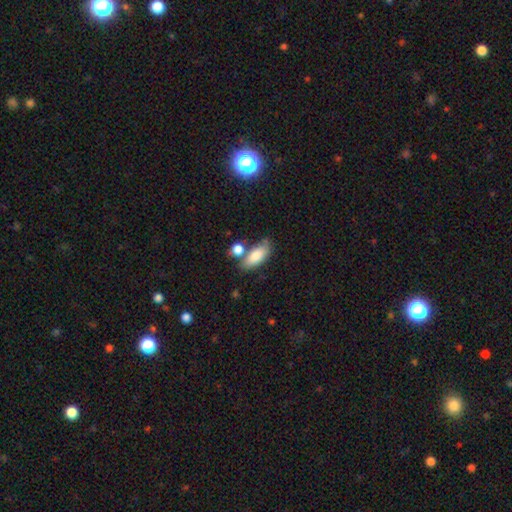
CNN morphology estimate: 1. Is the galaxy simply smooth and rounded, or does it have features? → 82% smooth, 11% featured or disk, 7% star or artifact.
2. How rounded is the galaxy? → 84% in between, 12% cigar-shaped, 4% round.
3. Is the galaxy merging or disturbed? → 59% none, 22% merger, 15% minor disturbance, 5% major disturbance.